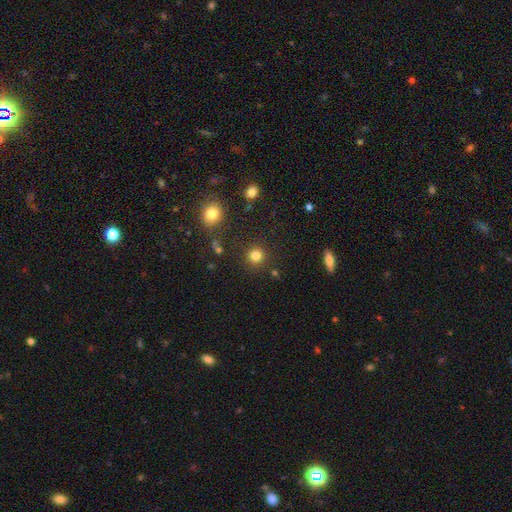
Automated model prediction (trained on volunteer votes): smooth 80%, star or artifact 14%, featured or disk 5%. Down the decision tree: how rounded — round (92%); merging — none (88%).